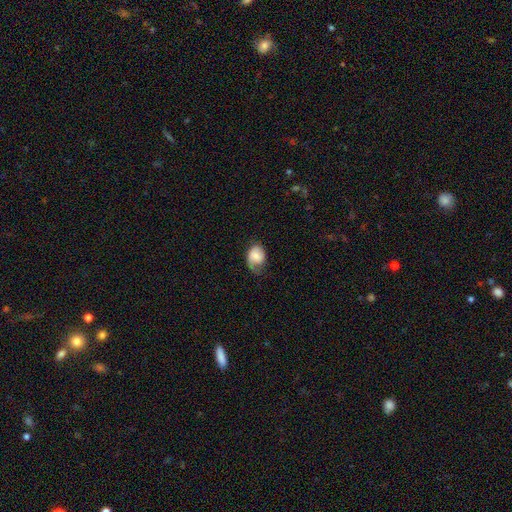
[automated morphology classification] Smooth or featured: smooth — 60% (featured or disk — 33%)
How rounded: in between — 71% (round — 28%)
Merging: none — 40% (minor disturbance — 34%)